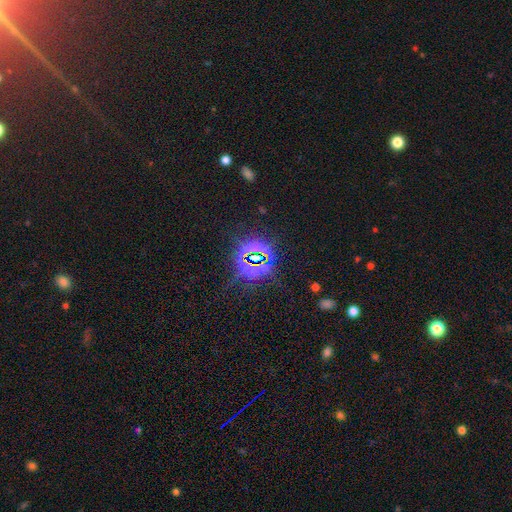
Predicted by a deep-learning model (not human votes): smooth-or-featured: star or artifact: 82% | smooth: 10% | featured or disk: 8%